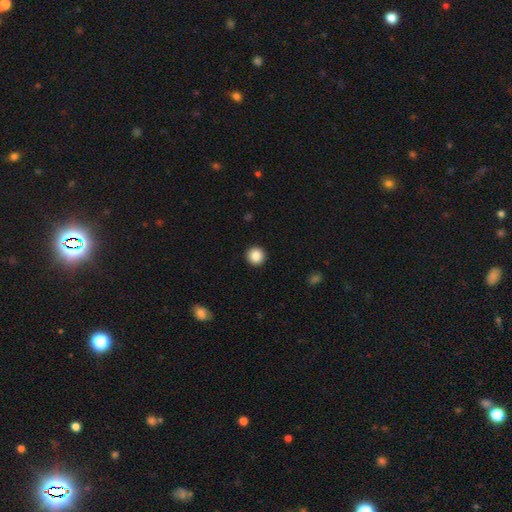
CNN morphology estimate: Q: Smooth or featured?
A: smooth (87%); runner-up: star or artifact (9%)
Q: How rounded?
A: round (95%); runner-up: in between (4%)
Q: Merging?
A: none (93%); runner-up: minor disturbance (4%)